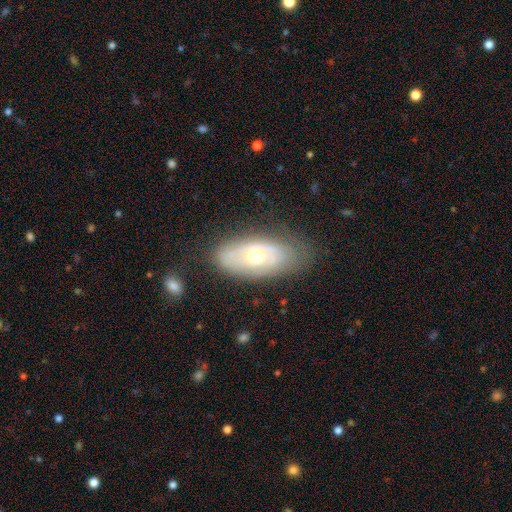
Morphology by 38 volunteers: Smooth or featured? featured or disk (74%)
Edge-on disk? no (89%)
Bar? no (96%)
Spiral arms? no (56%)
Bulge size? moderate (68%)
Merging? none (67%)